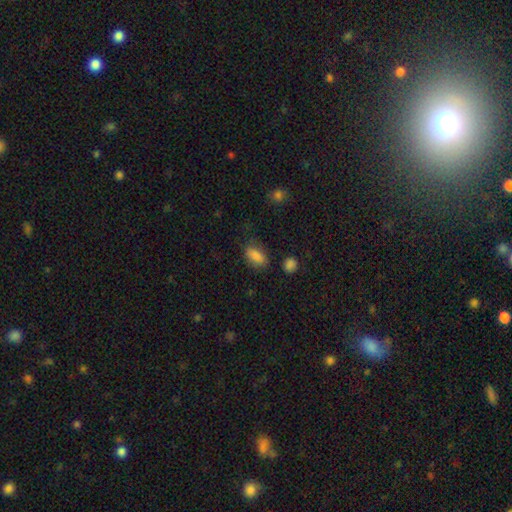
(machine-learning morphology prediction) Q: Smooth or featured?
A: smooth (85%); runner-up: star or artifact (9%)
Q: How rounded?
A: in between (87%); runner-up: cigar-shaped (7%)
Q: Merging?
A: none (72%); runner-up: minor disturbance (19%)